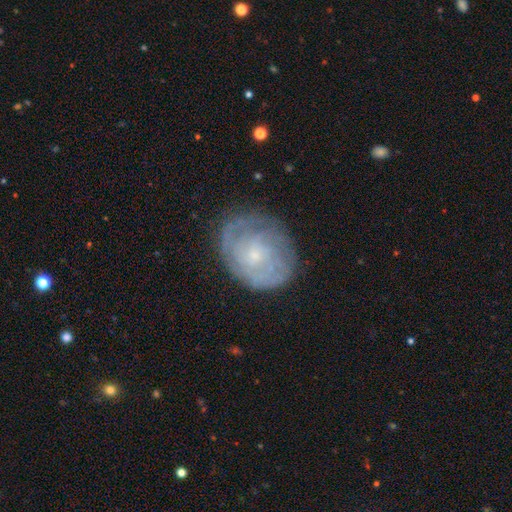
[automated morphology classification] This appears to be a featured or disk galaxy (68%) with no bar (75%), tight (69%) spiral arms (84%) and a small central bulge (74%). Merging: none (75%).